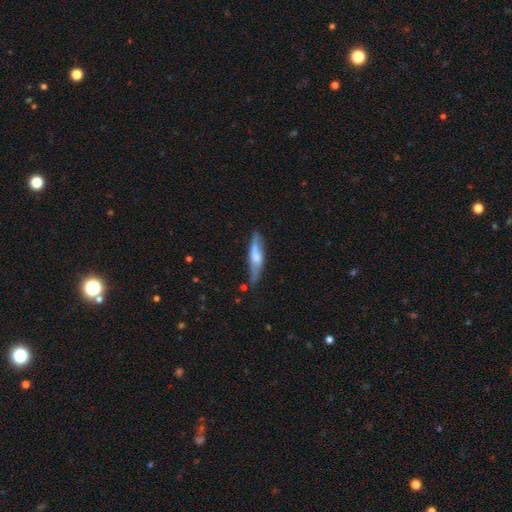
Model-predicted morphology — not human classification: A smooth galaxy with no disk features (51%) that is cigar-shaped (77%).

Vote fractions:
- Smooth or featured? smooth: 51% / featured or disk: 43% / star or artifact: 6%
- How rounded? cigar-shaped: 77% / in between: 21% / round: 2%
- Merging? none: 67% / minor disturbance: 24% / major disturbance: 6% / merger: 4%